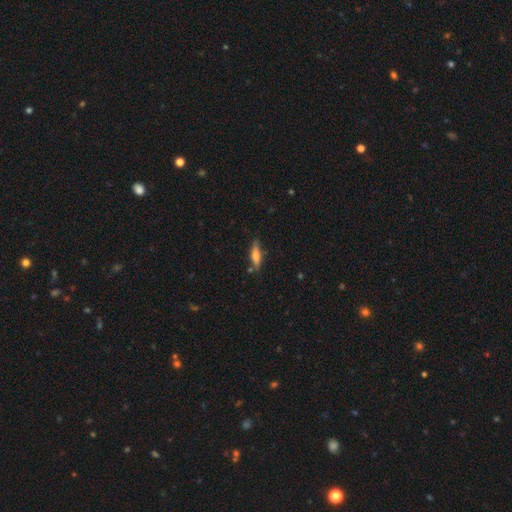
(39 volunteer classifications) A smooth galaxy with no disk features (51%) that is cigar-shaped (95%). Merging: none (69%).